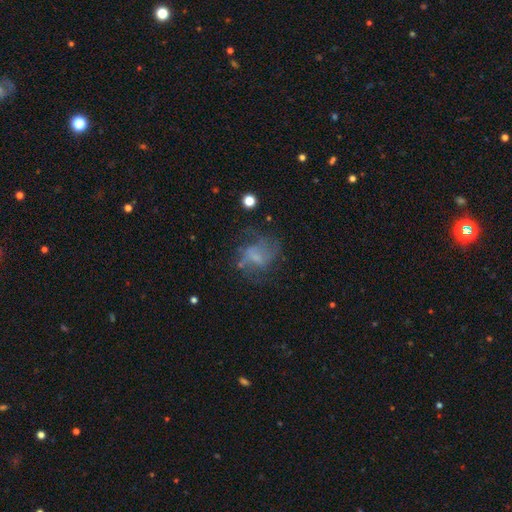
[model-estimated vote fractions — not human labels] This appears to be a featured or disk galaxy (55%) with no bar (48%), spiral arms (60%) and a small central bulge (39%). Merging: none (46%).